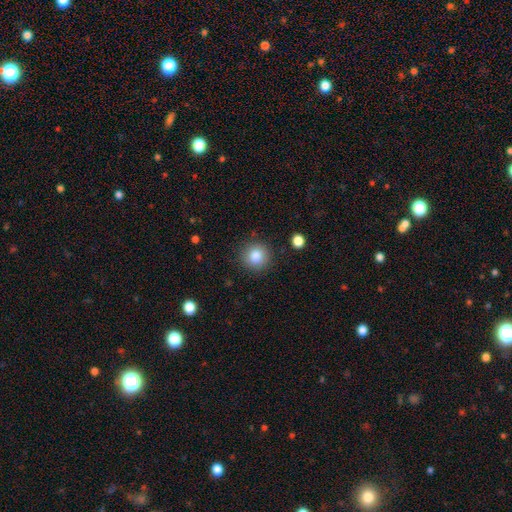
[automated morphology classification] smooth_or_featured: smooth (p=0.84) [alt: star or artifact p=0.10]
how_rounded: round (p=0.93) [alt: in between p=0.06]
merging: none (p=0.88) [alt: minor disturbance p=0.08]